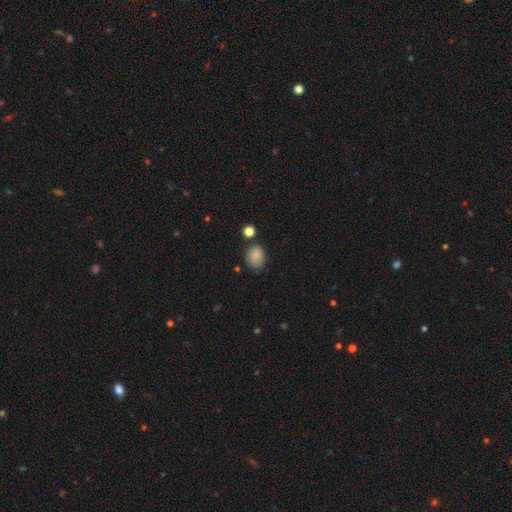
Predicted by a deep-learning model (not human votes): smooth 83%, star or artifact 10%, featured or disk 7%. Down the decision tree: how rounded — in between (57%); merging — none (69%).